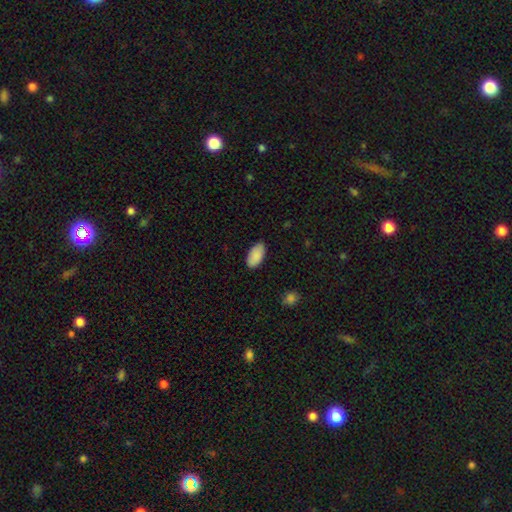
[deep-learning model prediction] smooth-or-featured: smooth: 89% | star or artifact: 6% | featured or disk: 5%
  how-rounded: in between: 95% | cigar-shaped: 3% | round: 3%
  merging: none: 82% | minor disturbance: 14% | major disturbance: 2% | merger: 1%